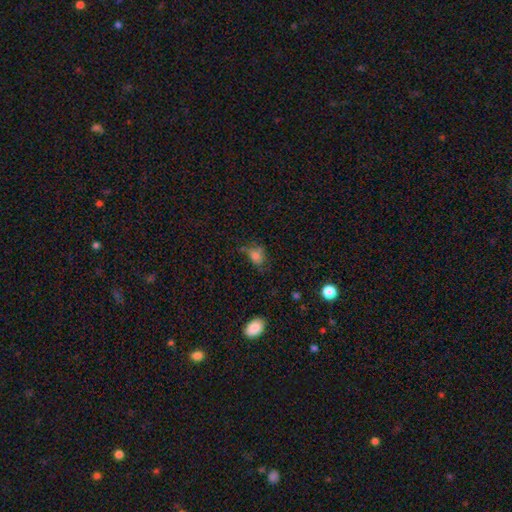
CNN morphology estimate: This appears to be a smooth galaxy with no disk features (74%) that is in between round and cigar-shaped (64%). Merging: none (47%).